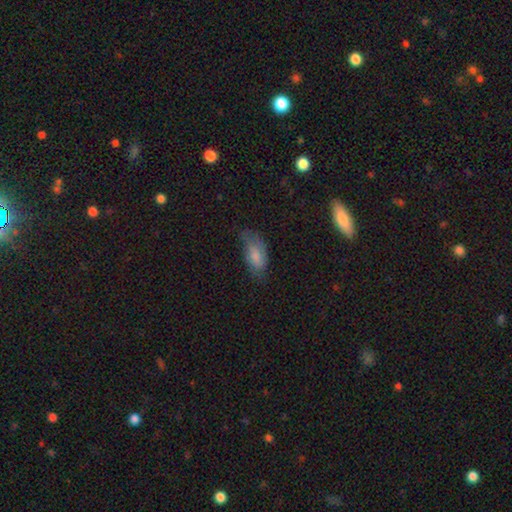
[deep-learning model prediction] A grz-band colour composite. It shows a smooth galaxy with no disk features (72%) that is in between round and cigar-shaped (88%). Merging: none (54%).